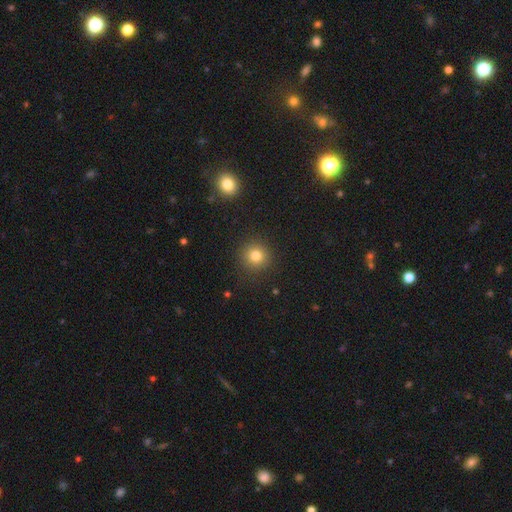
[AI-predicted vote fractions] Smooth or featured?
  - smooth: 80% *
  - star or artifact: 13%
  - featured or disk: 7%
How rounded?
  - round: 93% *
  - in between: 6%
  - cigar-shaped: 1%
Merging?
  - none: 90% *
  - minor disturbance: 6%
  - major disturbance: 2%
  - merger: 1%